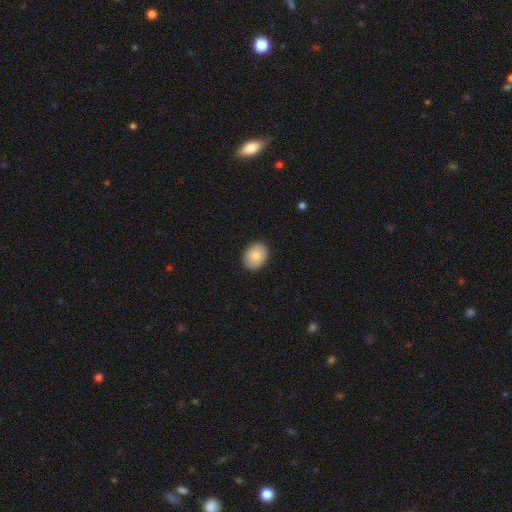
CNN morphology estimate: Q: Smooth or featured?
A: smooth (85%); runner-up: featured or disk (8%)
Q: How rounded?
A: in between (62%); runner-up: round (37%)
Q: Merging?
A: none (89%); runner-up: minor disturbance (8%)